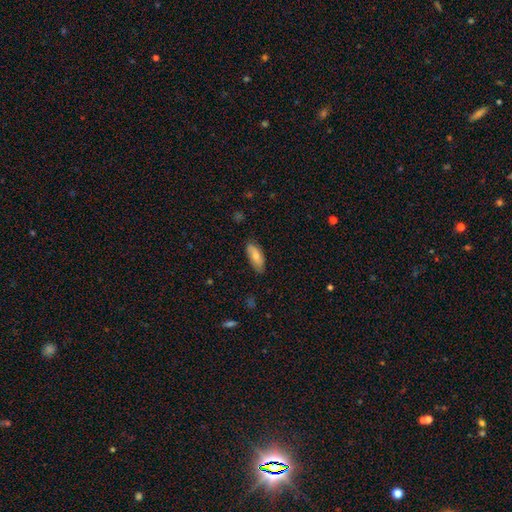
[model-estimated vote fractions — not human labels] This is likely a smooth galaxy (68%). How rounded: clearly in between (83%). Merging: likely none (79%).